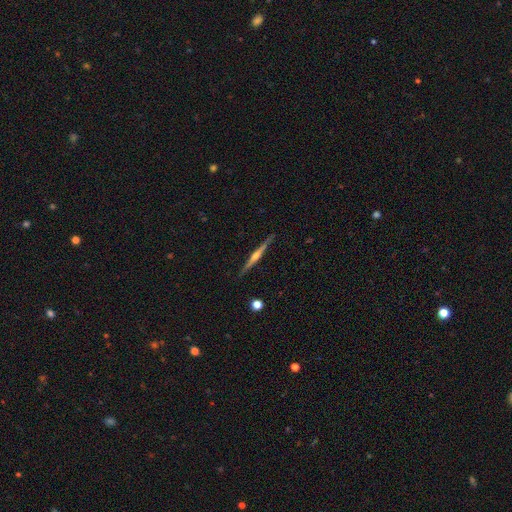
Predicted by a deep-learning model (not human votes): Morphology: type=featured or disk (81%); edge-on=yes (98%); edge-on bulge=rounded (86%); merging=none (90%).